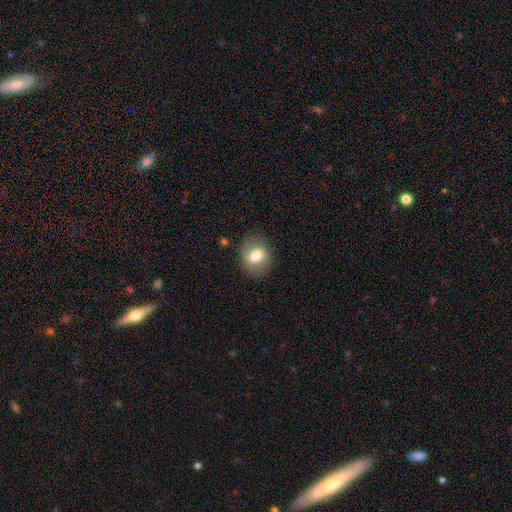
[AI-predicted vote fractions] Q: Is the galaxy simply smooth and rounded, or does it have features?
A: smooth — 73%.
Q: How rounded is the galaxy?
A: round — 57%.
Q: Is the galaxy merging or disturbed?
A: none — 83%.